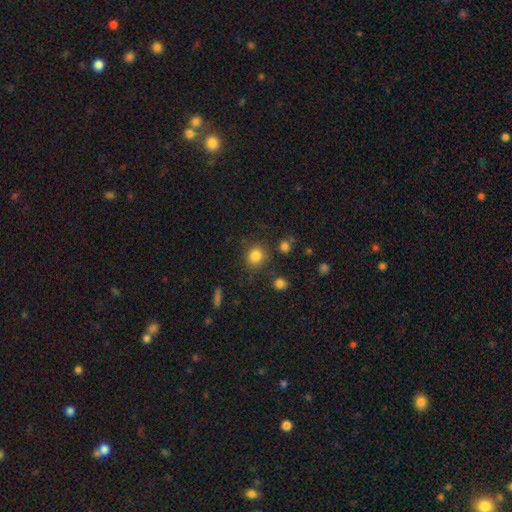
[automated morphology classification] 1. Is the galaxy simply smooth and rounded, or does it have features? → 83% smooth, 12% star or artifact, 5% featured or disk.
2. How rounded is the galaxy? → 85% round, 13% in between, 1% cigar-shaped.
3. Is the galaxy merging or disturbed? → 81% none, 10% minor disturbance, 5% merger, 4% major disturbance.